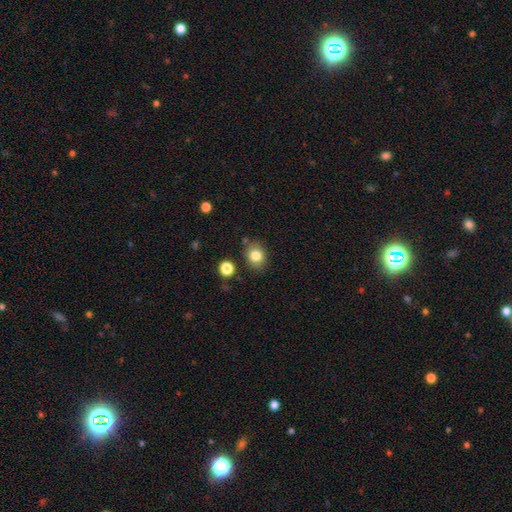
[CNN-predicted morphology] The model was most divided on "how rounded": round: 64%, in between: 35%, cigar-shaped: 1%. More confident: smooth or featured — smooth (82%); merging — none (80%).